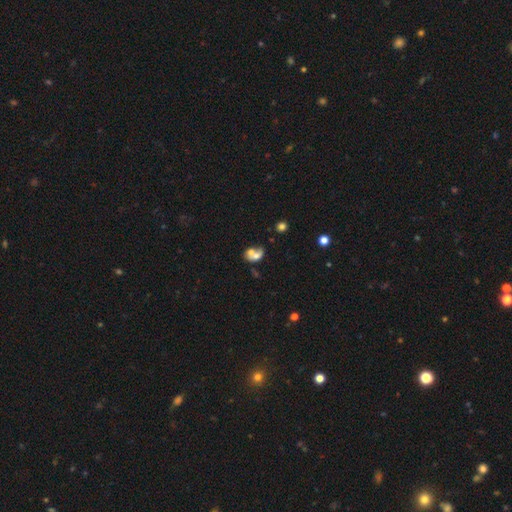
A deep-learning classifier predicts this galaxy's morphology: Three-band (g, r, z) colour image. It shows a smooth galaxy with no disk features (57%) that is in between round and cigar-shaped (65%). Merging: merger (63%).